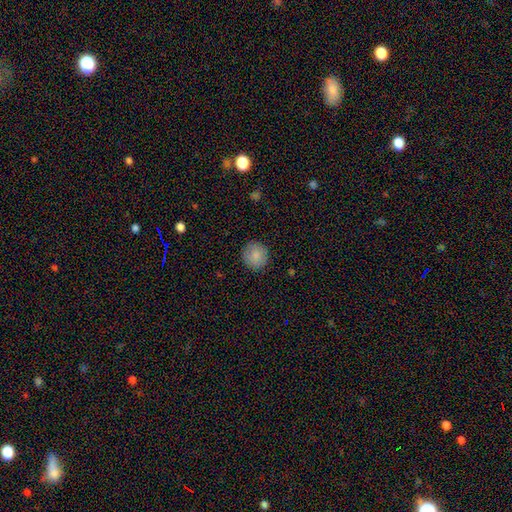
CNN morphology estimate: smooth 85%, star or artifact 8%, featured or disk 7%. Down the decision tree: how rounded — round (90%); merging — none (90%).